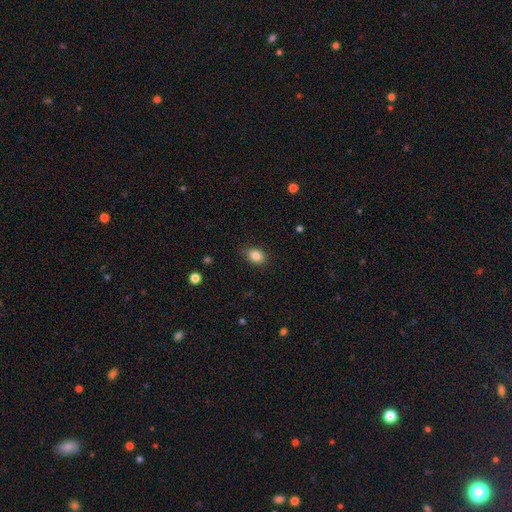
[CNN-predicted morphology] Smooth or featured?
  - smooth: 85% *
  - star or artifact: 10%
  - featured or disk: 5%
How rounded?
  - in between: 60% *
  - round: 39%
  - cigar-shaped: 1%
Merging?
  - none: 83% *
  - minor disturbance: 13%
  - major disturbance: 3%
  - merger: 1%